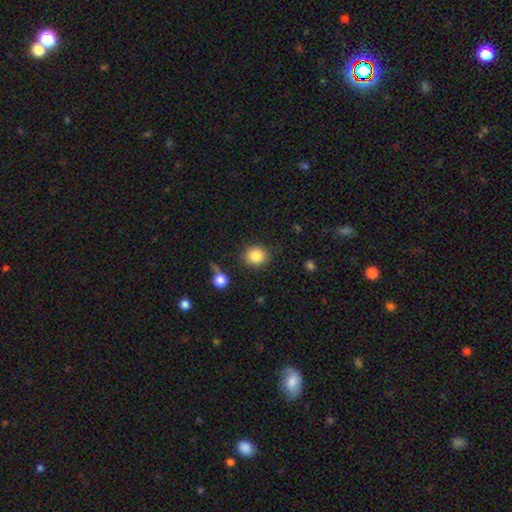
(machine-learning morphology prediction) This is clearly a smooth galaxy (86%). How rounded: likely round (77%). Merging: clearly none (81%).